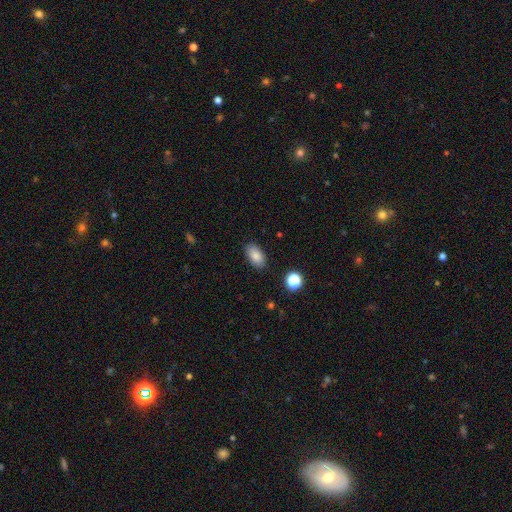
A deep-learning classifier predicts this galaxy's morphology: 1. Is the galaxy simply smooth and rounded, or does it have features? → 84% smooth, 9% star or artifact, 7% featured or disk.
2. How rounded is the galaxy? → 91% in between, 6% round, 2% cigar-shaped.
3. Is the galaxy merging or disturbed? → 87% none, 10% minor disturbance, 2% major disturbance, 1% merger.